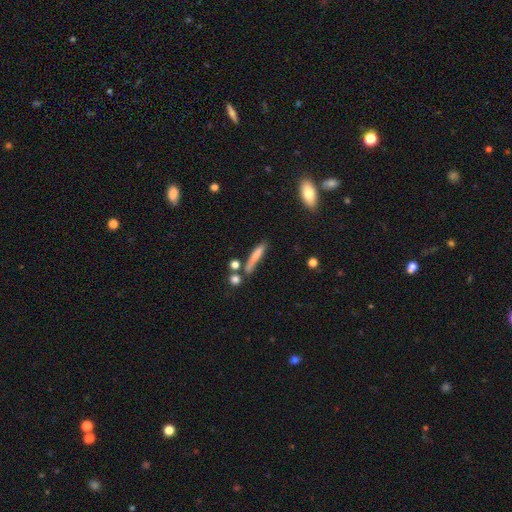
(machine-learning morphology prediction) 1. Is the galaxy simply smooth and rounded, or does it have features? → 71% smooth, 21% featured or disk, 8% star or artifact.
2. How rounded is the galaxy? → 87% cigar-shaped, 10% in between, 3% round.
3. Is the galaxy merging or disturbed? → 60% none, 20% minor disturbance, 12% merger, 8% major disturbance.